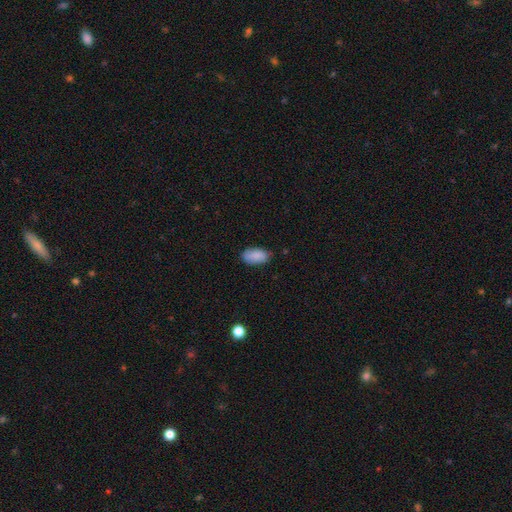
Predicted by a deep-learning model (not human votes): Q: Smooth or featured?
A: smooth (88%); runner-up: star or artifact (7%)
Q: How rounded?
A: in between (93%); runner-up: round (4%)
Q: Merging?
A: none (79%); runner-up: minor disturbance (17%)